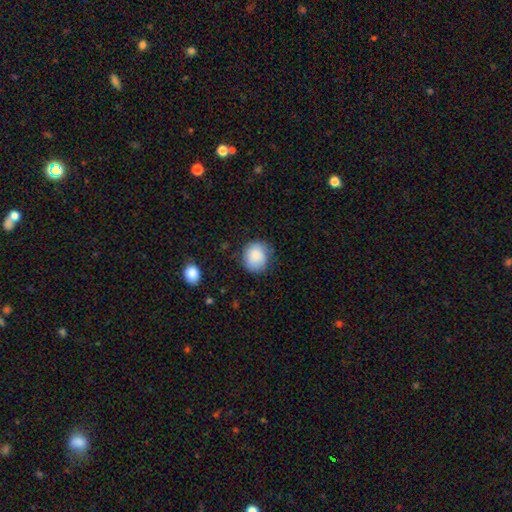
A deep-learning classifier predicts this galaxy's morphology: Smooth or featured? Predicted: smooth (p=0.83). How rounded? Predicted: round (p=0.78). Merging? Predicted: none (p=0.69).